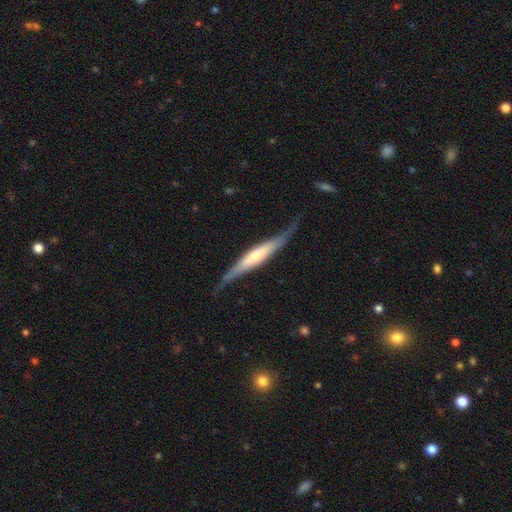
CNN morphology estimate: featured or disk 72%, smooth 22%, star or artifact 5%. Down the decision tree: edge-on disk — yes (83%); edge-on bulge — rounded (59%); merging — none (67%).